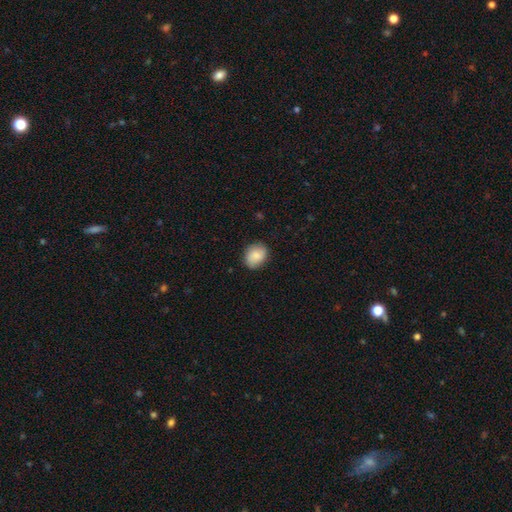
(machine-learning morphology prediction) A smooth galaxy with no disk features (80%) that is round (53%).

Vote fractions:
- Smooth or featured? smooth: 80% / featured or disk: 12% / star or artifact: 7%
- How rounded? round: 53% / in between: 46% / cigar-shaped: 1%
- Merging? none: 84% / minor disturbance: 12% / major disturbance: 3% / merger: 1%